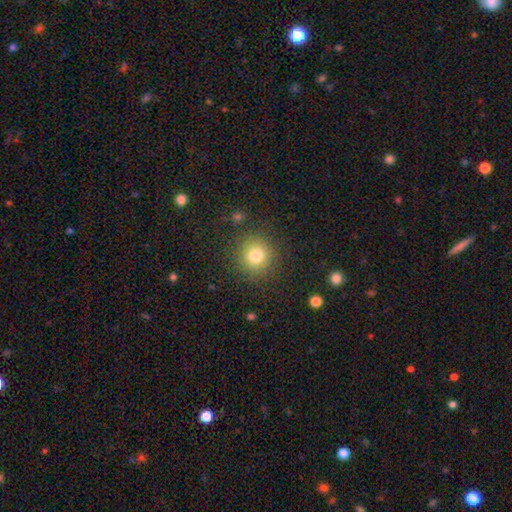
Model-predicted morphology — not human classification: Overall: smooth (79%). How rounded: round (93%). Merging: none (88%).